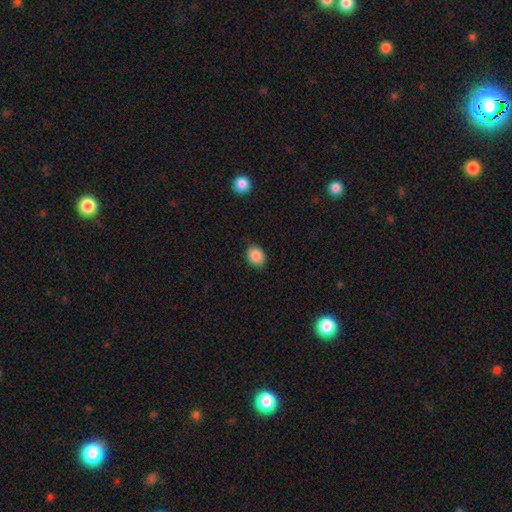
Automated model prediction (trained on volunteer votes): A smooth galaxy with no disk features (89%) that is in between round and cigar-shaped (51%). Merging: none (85%).